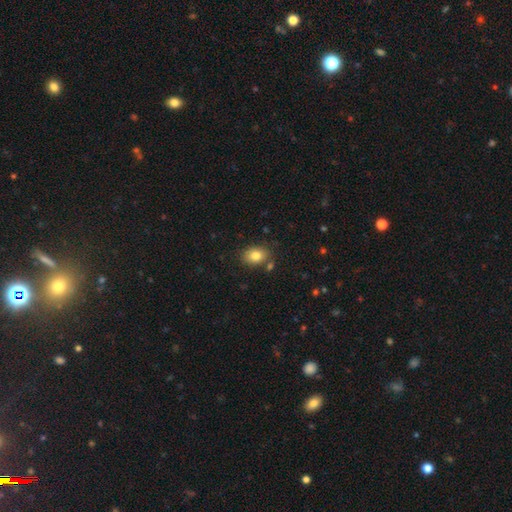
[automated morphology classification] A smooth galaxy with no disk features (82%) that is in between round and cigar-shaped (73%). Merging: none (77%).